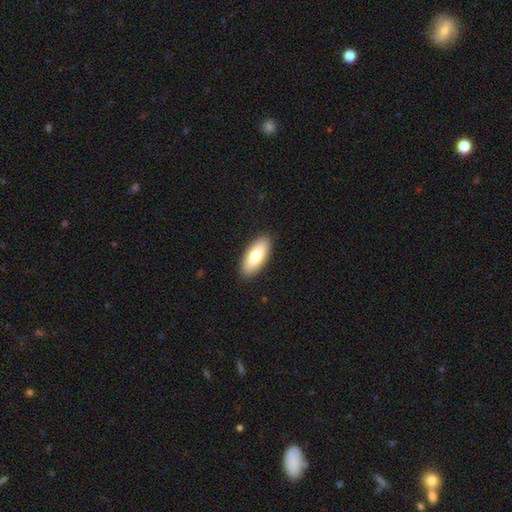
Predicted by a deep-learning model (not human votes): Smooth or featured?
  - smooth: 77% *
  - featured or disk: 17%
  - star or artifact: 6%
How rounded?
  - in between: 85% *
  - cigar-shaped: 13%
  - round: 2%
Merging?
  - none: 90% *
  - minor disturbance: 7%
  - major disturbance: 2%
  - merger: 1%